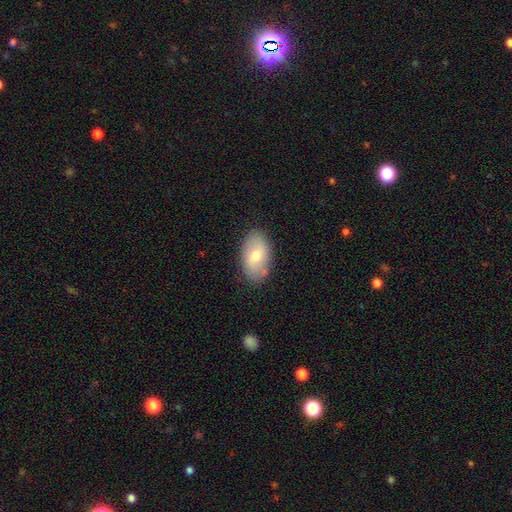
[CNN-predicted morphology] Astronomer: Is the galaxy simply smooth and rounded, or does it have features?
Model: smooth — 66%.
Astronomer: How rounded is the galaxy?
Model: in between — 91%.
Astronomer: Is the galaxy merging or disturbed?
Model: none — 83%.